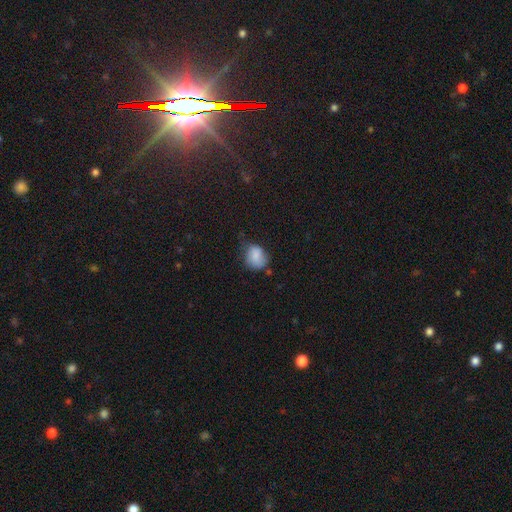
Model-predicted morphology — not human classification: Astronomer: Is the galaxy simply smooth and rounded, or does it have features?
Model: smooth — 81%.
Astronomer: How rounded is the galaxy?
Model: round — 58% (runner-up: in between, 41%).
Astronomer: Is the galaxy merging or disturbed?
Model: none — 51% (runner-up: minor disturbance, 35%).